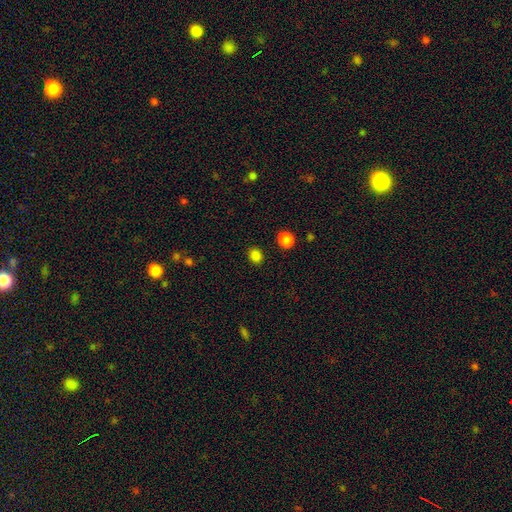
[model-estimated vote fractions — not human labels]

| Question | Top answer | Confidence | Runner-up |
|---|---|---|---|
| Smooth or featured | smooth | 85% | star or artifact (13%) |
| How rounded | round | 55% | in between (44%) |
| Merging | none | 88% | minor disturbance (7%) |